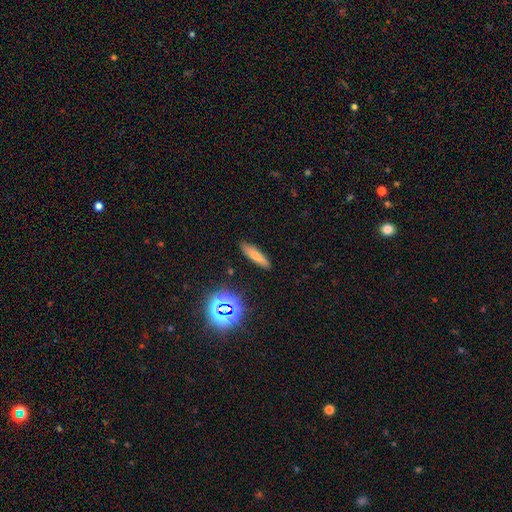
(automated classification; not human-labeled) Smooth or featured? Predicted: smooth (p=0.69). How rounded? Predicted: cigar-shaped (p=0.74). Merging? Predicted: none (p=0.87).